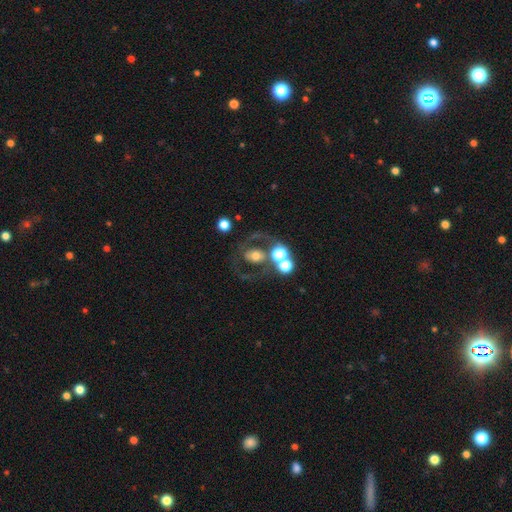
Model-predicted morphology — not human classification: A featured or disk galaxy (50%). Merging: none (52%).